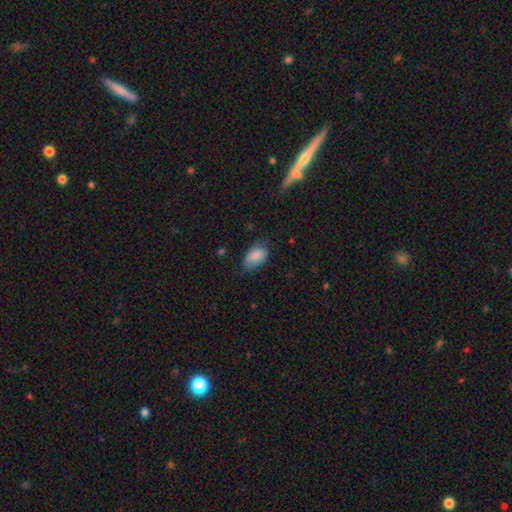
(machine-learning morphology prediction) This is clearly a smooth galaxy (83%). How rounded: clearly in between (89%). Merging: possibly none (59%).